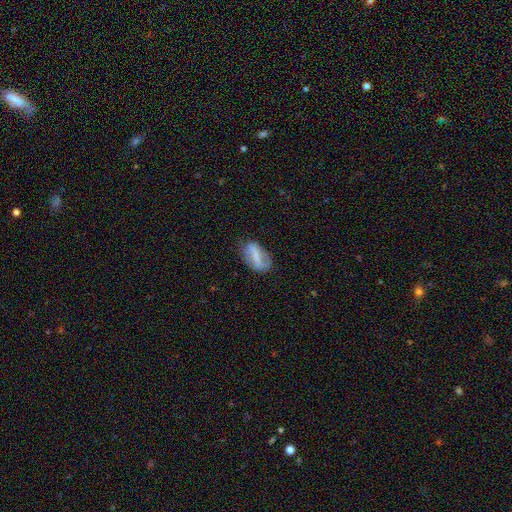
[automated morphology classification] Overall: featured or disk (48%; smooth 43%). Merging: none (63%; minor disturbance 24%).